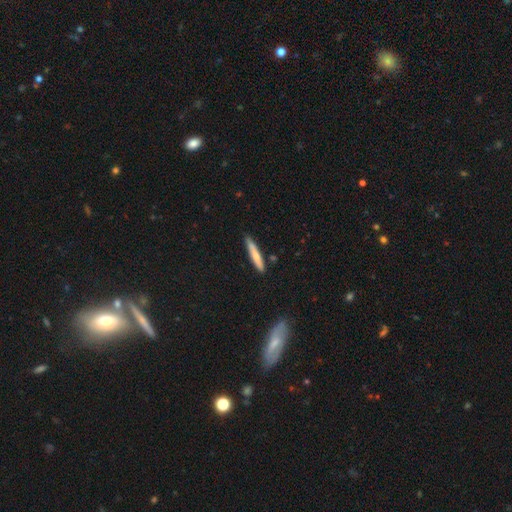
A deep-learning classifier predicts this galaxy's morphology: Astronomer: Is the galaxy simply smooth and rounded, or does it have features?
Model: smooth — 70%.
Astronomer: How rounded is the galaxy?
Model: cigar-shaped — 93%.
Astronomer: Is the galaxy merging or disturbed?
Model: none — 85%.